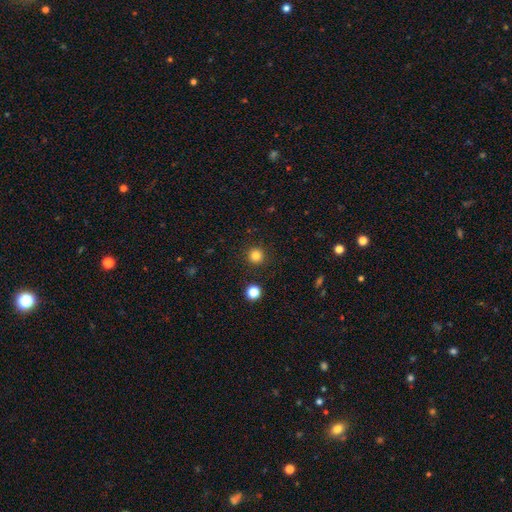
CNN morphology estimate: smooth 82%, star or artifact 13%, featured or disk 4%. Down the decision tree: how rounded — round (95%); merging — none (92%).